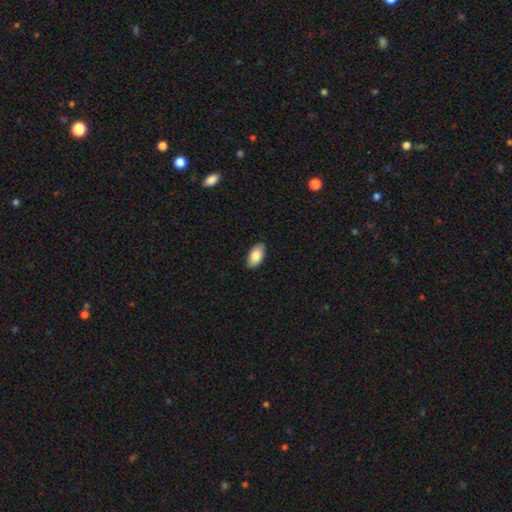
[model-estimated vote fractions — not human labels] Smooth or featured? Predicted: smooth (p=0.86). How rounded? Predicted: in between (p=0.95). Merging? Predicted: none (p=0.88).